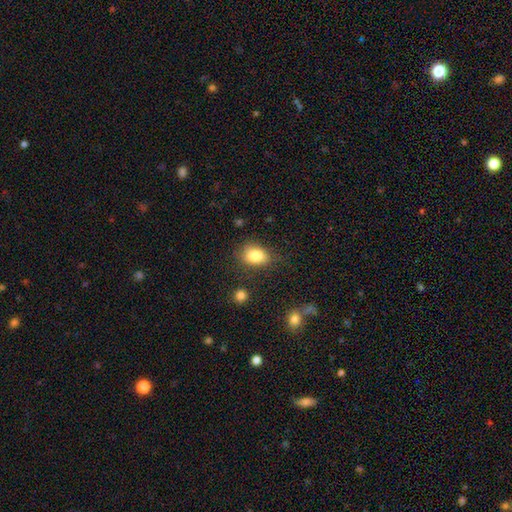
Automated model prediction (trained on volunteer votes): A smooth galaxy with no disk features (84%) that is in between round and cigar-shaped (75%). Merging: none (68%).